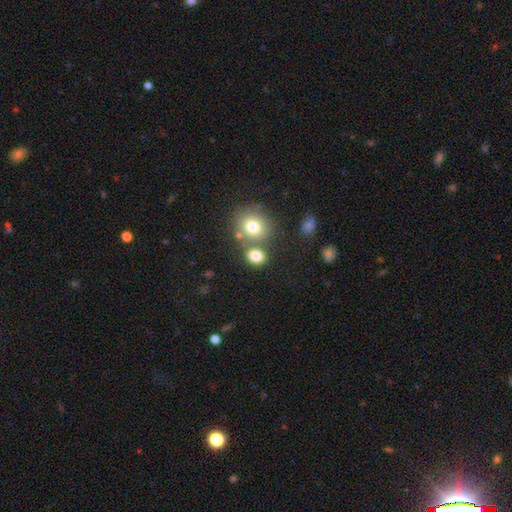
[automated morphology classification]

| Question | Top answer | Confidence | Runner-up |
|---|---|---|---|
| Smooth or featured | smooth | 79% | star or artifact (12%) |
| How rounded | round | 54% | in between (45%) |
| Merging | none | 61% | merger (24%) |